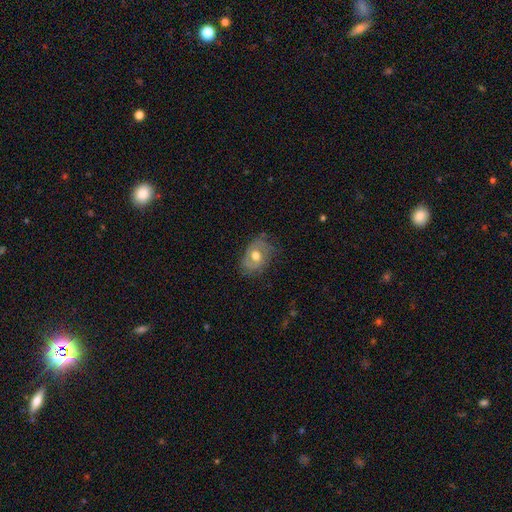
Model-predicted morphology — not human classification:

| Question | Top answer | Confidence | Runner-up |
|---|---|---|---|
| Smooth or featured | smooth | 47% | featured or disk (45%) |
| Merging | none | 62% | minor disturbance (26%) |